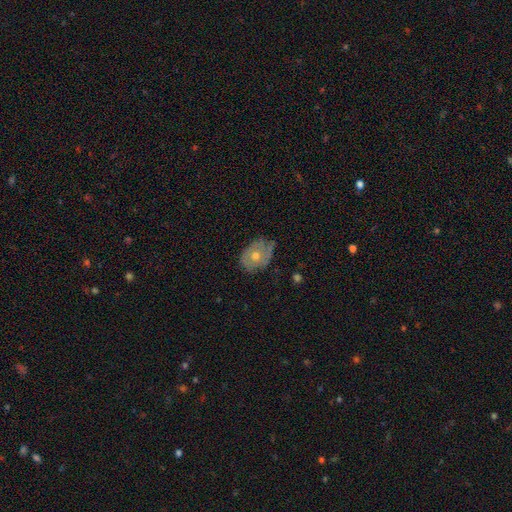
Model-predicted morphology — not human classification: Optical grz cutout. It shows a featured or disk galaxy (57%) with no bar (88%), no spiral arms (50%, tied with yes) and a moderate central bulge (66%). Merging: none (67%).